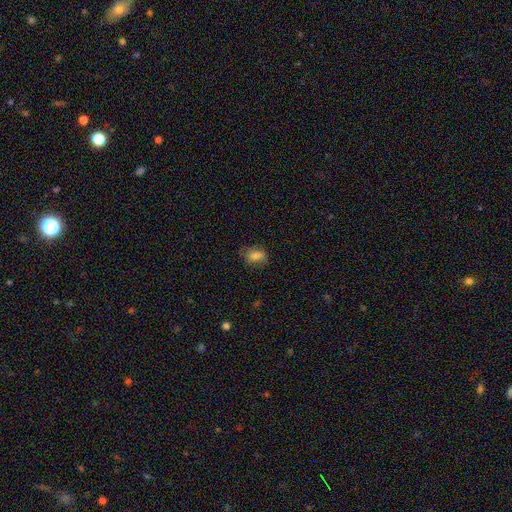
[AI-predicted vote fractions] The model was most divided on "merging": none: 73%, minor disturbance: 20%, major disturbance: 5%, merger: 1%. More confident: smooth or featured — smooth (80%); how rounded — in between (76%).